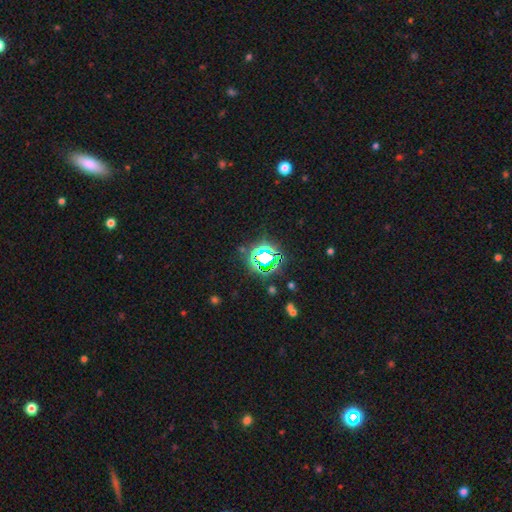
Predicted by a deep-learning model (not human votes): Smooth or featured? star or artifact (78%)